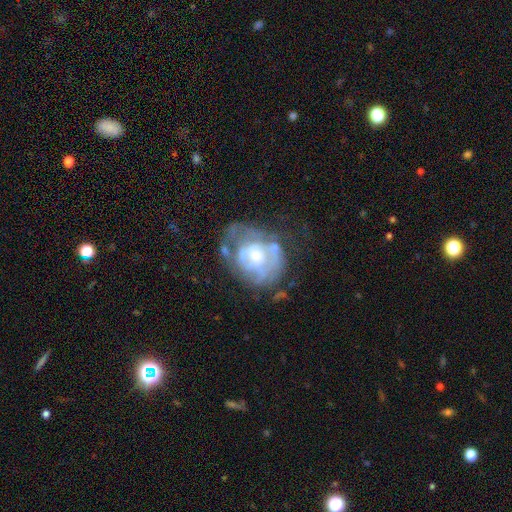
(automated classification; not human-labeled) Smooth or featured: featured or disk — 74% (smooth — 19%)
Edge-on disk: no — 97% (yes — 3%)
Bar: no — 73% (weak — 23%)
Spiral arms: yes — 63% (no — 37%)
Bulge size: moderate — 50% (small — 36%)
Merging: none — 43% (major disturbance — 27%)